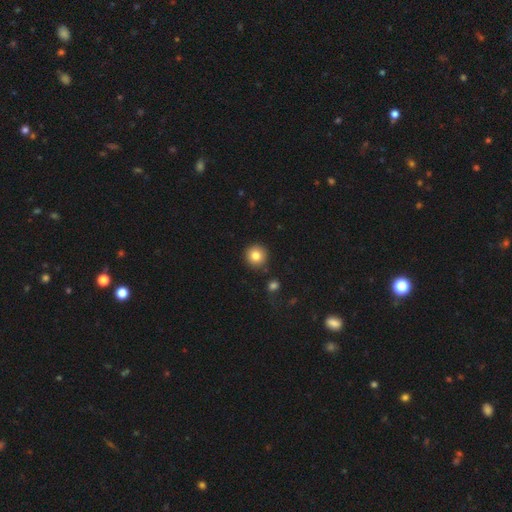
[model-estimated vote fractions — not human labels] Smooth or featured? smooth (82%)
How rounded? round (95%)
Merging? none (90%)